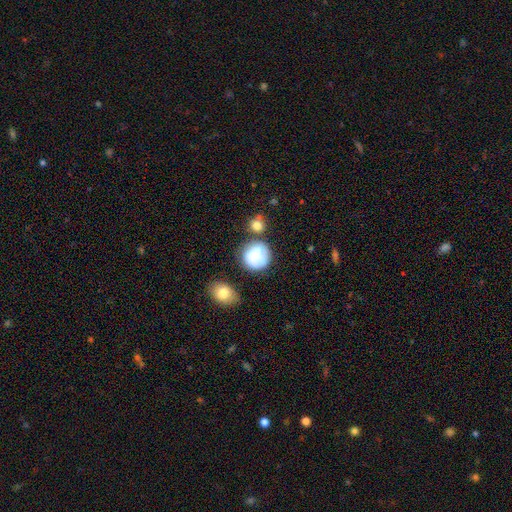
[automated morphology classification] A smooth galaxy with no disk features (72%) that is round (91%). Merging: none (65%).